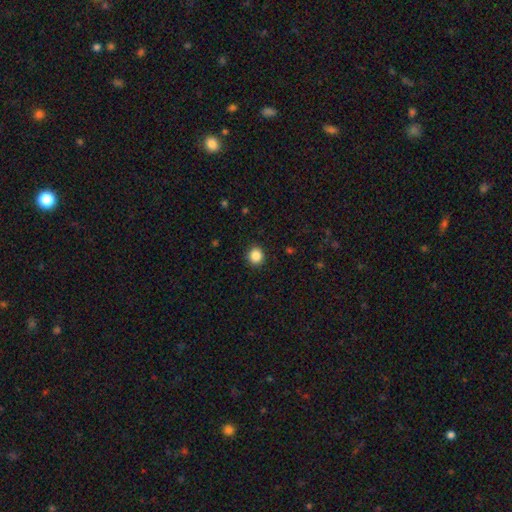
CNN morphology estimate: Smooth or featured?
  - smooth: 86% *
  - star or artifact: 10%
  - featured or disk: 3%
How rounded?
  - round: 88% *
  - in between: 11%
  - cigar-shaped: 1%
Merging?
  - none: 92% *
  - minor disturbance: 5%
  - major disturbance: 2%
  - merger: 1%